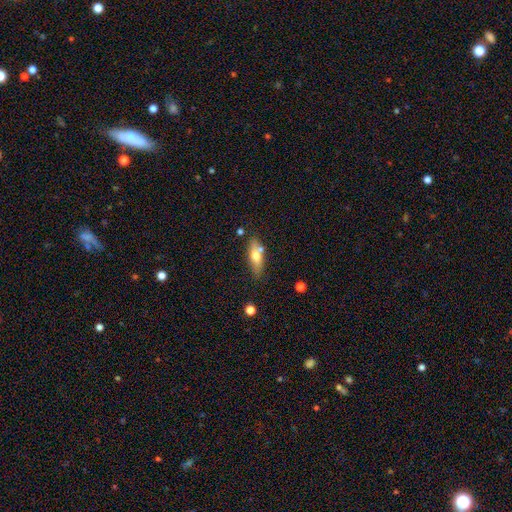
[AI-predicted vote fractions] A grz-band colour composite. It shows a smooth galaxy with no disk features (61%) that is in between round and cigar-shaped (62%). Merging: none (69%).